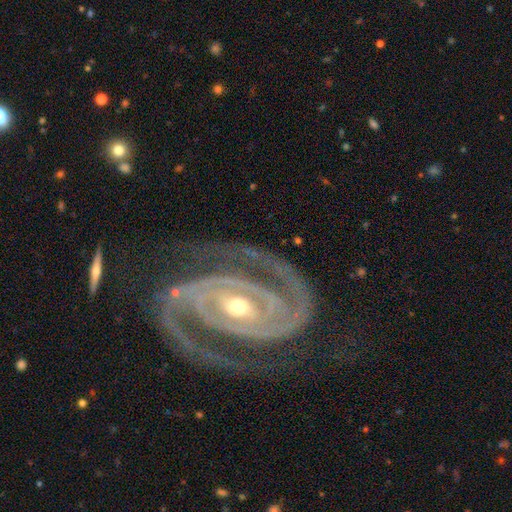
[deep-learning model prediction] Smooth or featured?
  - featured or disk: 94% *
  - star or artifact: 4%
  - smooth: 2%
Edge-on disk?
  - no: 98% *
  - yes: 2%
Bar?
  - strong: 43% *
  - weak: 30%
  - no: 27%
Spiral arms?
  - yes: 99% *
  - no: 1%
Spiral winding?
  - tight: 69% *
  - medium: 27%
  - loose: 4%
Spiral arm count?
  - 2: 91% *
  - 3: 3%
  - can't tell: 2%
  - 4: 1%
  - 1: 1%
  - more than 4: 1%
Bulge size?
  - moderate: 58% *
  - small: 38%
  - large: 2%
  - none: 1%
  - dominant: 1%
Merging?
  - none: 78% *
  - minor disturbance: 14%
  - major disturbance: 6%
  - merger: 2%